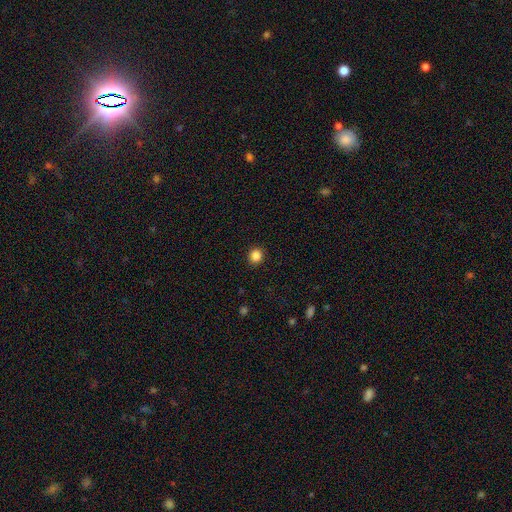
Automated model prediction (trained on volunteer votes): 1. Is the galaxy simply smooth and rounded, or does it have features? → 86% smooth, 11% star or artifact, 3% featured or disk.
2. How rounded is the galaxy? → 90% round, 9% in between, 1% cigar-shaped.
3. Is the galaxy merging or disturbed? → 92% none, 5% minor disturbance, 2% major disturbance, 1% merger.